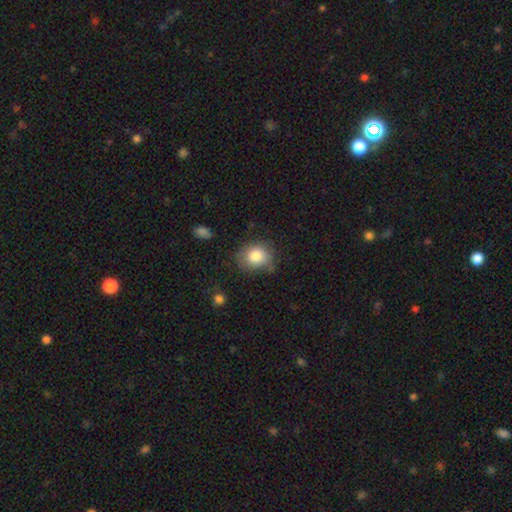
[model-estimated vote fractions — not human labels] This appears to be a smooth galaxy with no disk features (82%) that is round (63%). Merging: none (73%).